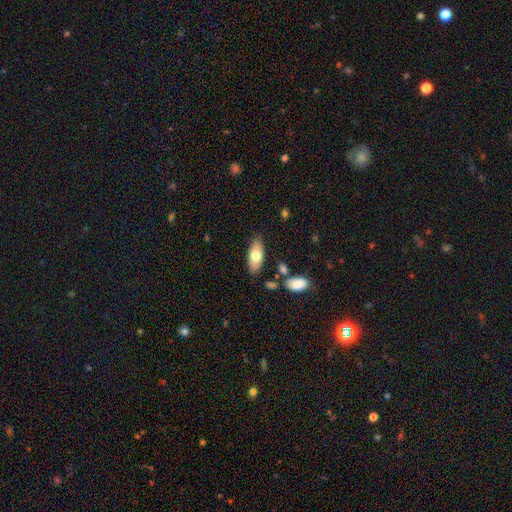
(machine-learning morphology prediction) type=smooth (73%); roundness=in between (83%); merging=none (82%).